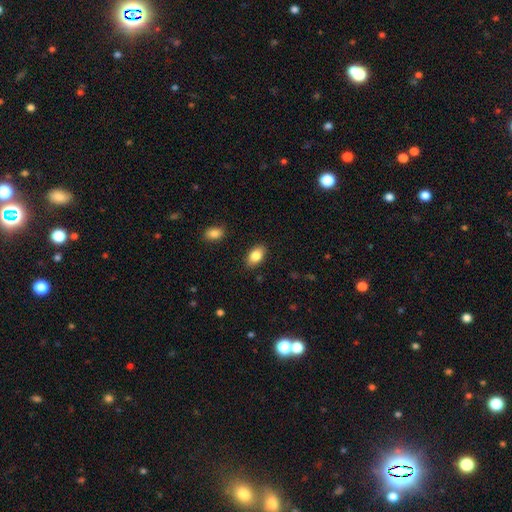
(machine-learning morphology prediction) A smooth galaxy with no disk features (84%) that is in between round and cigar-shaped (91%). Merging: none (87%).